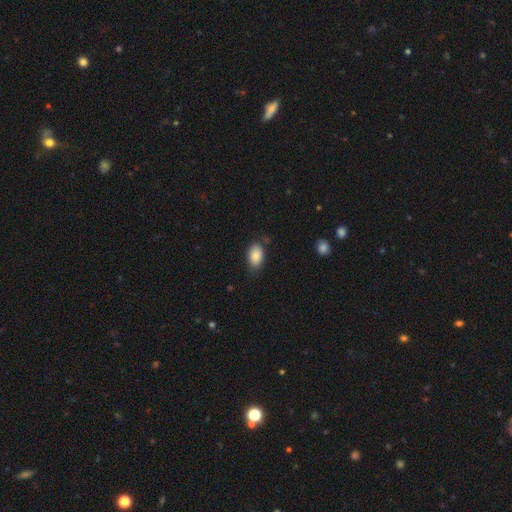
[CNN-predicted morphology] Smooth or featured: smooth — 86% (star or artifact — 7%)
How rounded: in between — 91% (round — 8%)
Merging: none — 74% (minor disturbance — 20%)